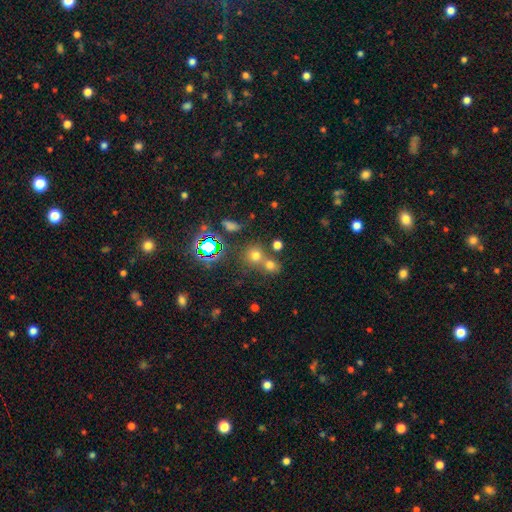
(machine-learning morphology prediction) A smooth galaxy with no disk features (63%) that is round (83%).

Vote fractions:
- Smooth or featured? smooth: 63% / star or artifact: 27% / featured or disk: 10%
- How rounded? round: 83% / in between: 16% / cigar-shaped: 1%
- Merging? none: 53% / merger: 37% / minor disturbance: 7% / major disturbance: 3%